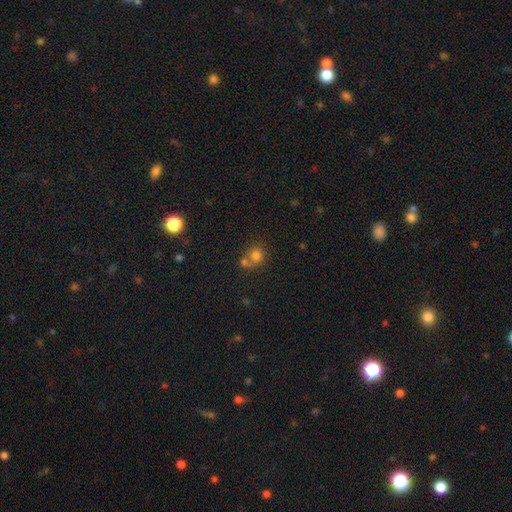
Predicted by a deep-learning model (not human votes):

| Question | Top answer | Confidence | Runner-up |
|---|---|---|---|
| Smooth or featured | smooth | 76% | star or artifact (13%) |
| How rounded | round | 79% | in between (20%) |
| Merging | merger | 43% | none (41%) |